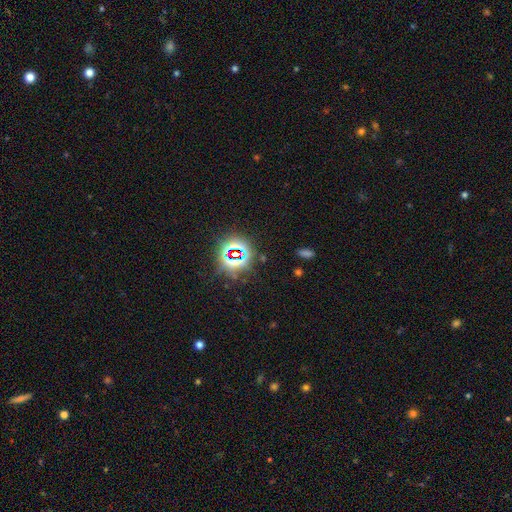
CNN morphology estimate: This is likely a star or artifact rather than a galaxy (78%).